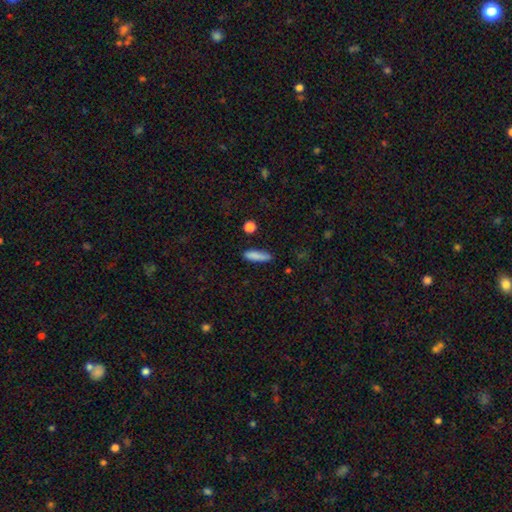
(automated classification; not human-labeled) Smooth or featured? Predicted: smooth (p=0.85). How rounded? Predicted: cigar-shaped (p=0.69). Merging? Predicted: none (p=0.80).